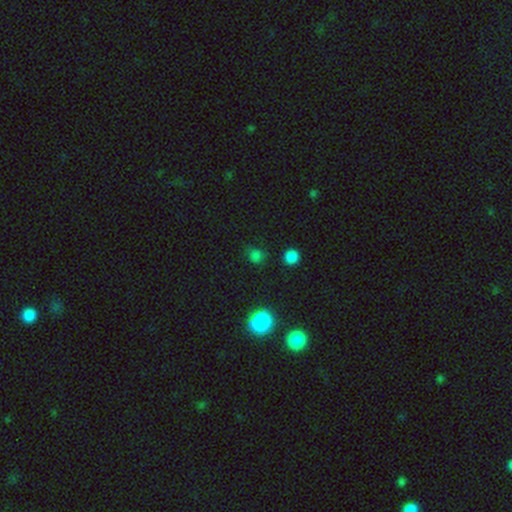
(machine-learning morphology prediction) Smooth or featured? smooth (70%)
How rounded? round (84%)
Merging? none (77%)